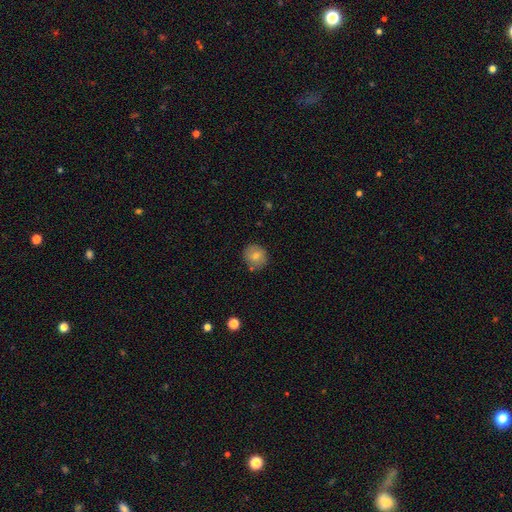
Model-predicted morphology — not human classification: The model was most divided on "smooth or featured": smooth: 73%, featured or disk: 18%, star or artifact: 10%. More confident: how rounded — round (88%); merging — none (83%).